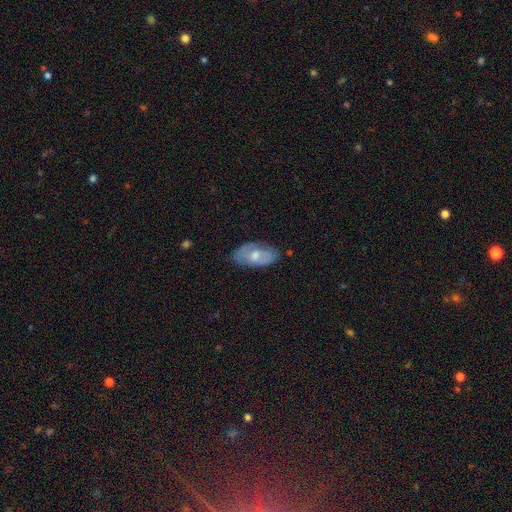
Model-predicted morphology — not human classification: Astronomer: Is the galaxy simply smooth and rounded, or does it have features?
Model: smooth — 50% (runner-up: featured or disk, 44%).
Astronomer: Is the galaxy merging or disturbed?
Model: none — 71%.